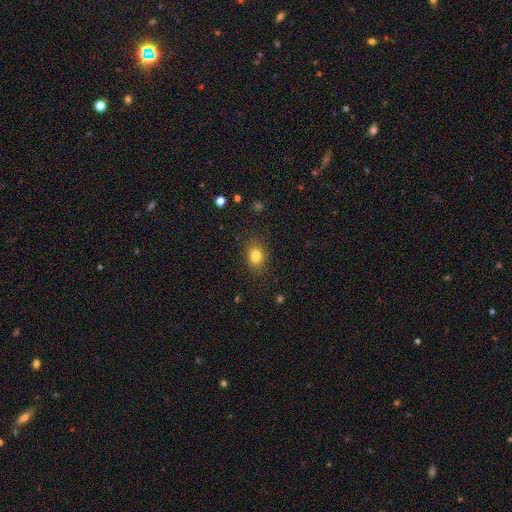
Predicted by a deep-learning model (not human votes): A smooth galaxy with no disk features (82%) that is in between round and cigar-shaped (64%). Merging: none (84%).